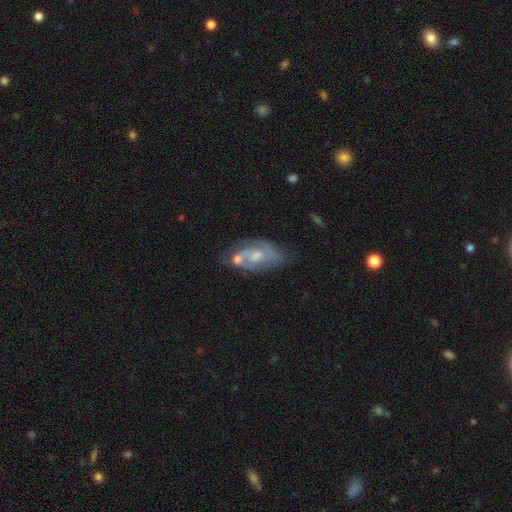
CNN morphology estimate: featured or disk 72%, smooth 21%, star or artifact 7%. Down the decision tree: edge-on disk — no (94%); bar — no (65%); spiral arms — yes (74%); spiral arm count — 2 (58%); spiral winding — medium (46%); bulge size — moderate (55%); merging — none (46%).